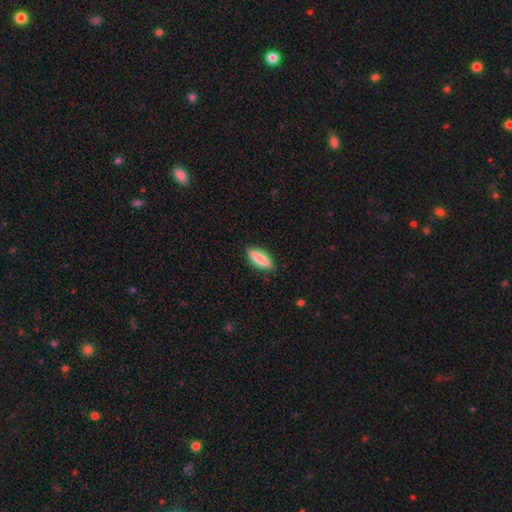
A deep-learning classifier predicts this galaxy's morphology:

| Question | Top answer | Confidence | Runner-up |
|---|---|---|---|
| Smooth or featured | smooth | 82% | featured or disk (12%) |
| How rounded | in between | 60% | cigar-shaped (38%) |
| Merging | none | 83% | minor disturbance (13%) |